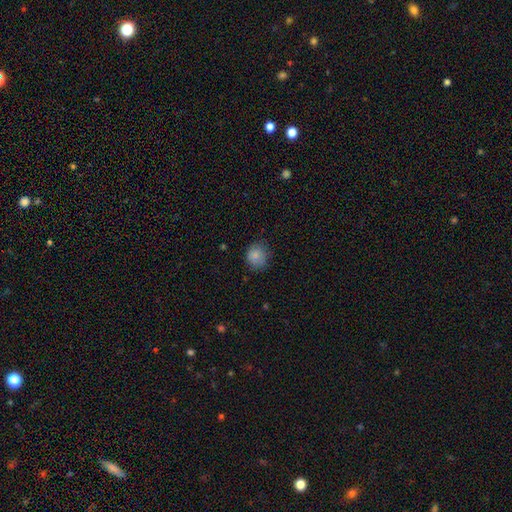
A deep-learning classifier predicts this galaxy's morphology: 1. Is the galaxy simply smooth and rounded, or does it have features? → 84% smooth, 9% star or artifact, 7% featured or disk.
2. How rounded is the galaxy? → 81% round, 18% in between, 1% cigar-shaped.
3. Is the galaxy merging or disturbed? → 76% none, 19% minor disturbance, 4% major disturbance, 1% merger.